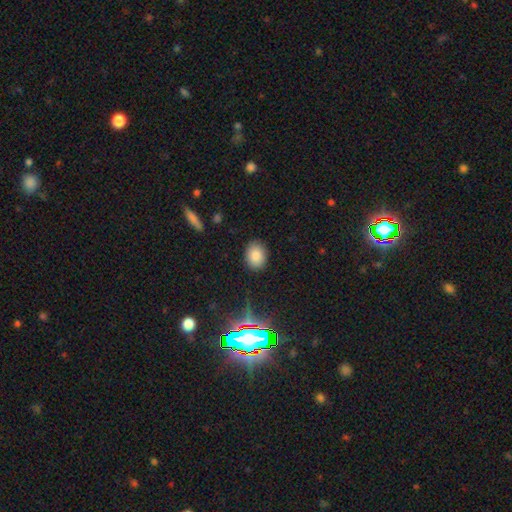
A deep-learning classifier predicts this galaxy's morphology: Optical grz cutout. It shows a smooth galaxy with no disk features (82%) that is in between round and cigar-shaped (61%). Merging: none (88%).